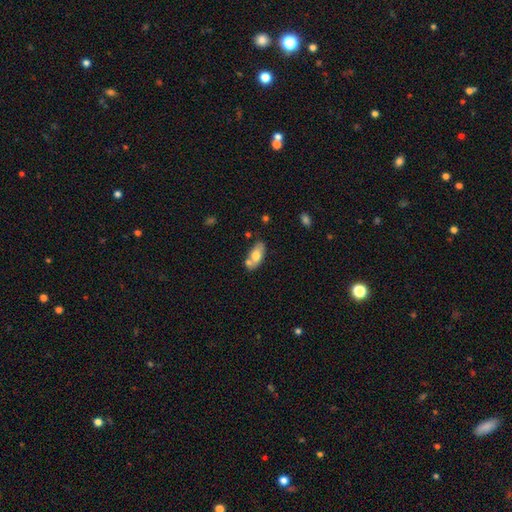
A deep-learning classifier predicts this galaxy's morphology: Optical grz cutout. It shows a smooth galaxy with no disk features (68%) that is in between round and cigar-shaped (88%). Merging: none (59%).